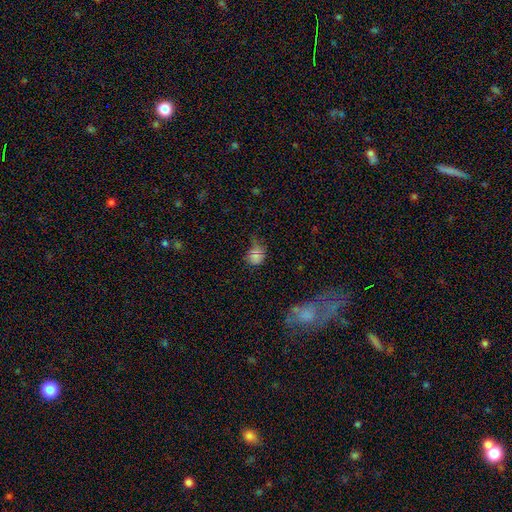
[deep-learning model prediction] This is likely a smooth galaxy (70%). How rounded: likely round (65%). Merging: possibly none (50%).